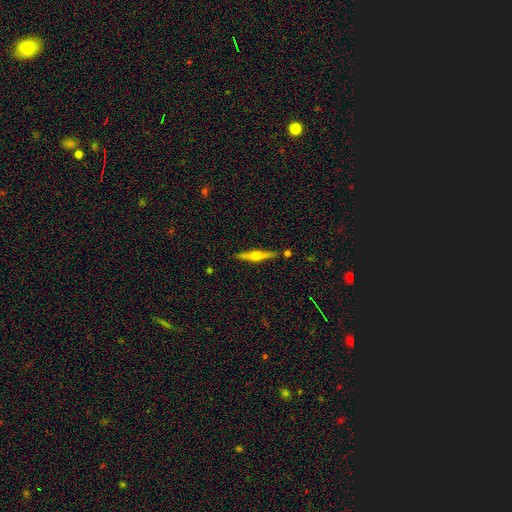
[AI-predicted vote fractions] This is likely a featured or disk galaxy (69%). It is clearly viewed edge-on (98%). Edge-on bulge: clearly rounded (89%). Merging: clearly none (86%).